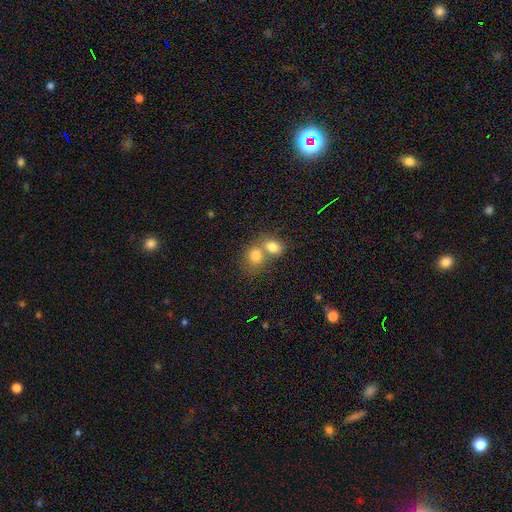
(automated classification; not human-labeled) A smooth galaxy with no disk features (79%) that is round (55%).

Vote fractions:
- Smooth or featured? smooth: 79% / featured or disk: 11% / star or artifact: 11%
- How rounded? round: 55% / in between: 43% / cigar-shaped: 1%
- Merging? merger: 60% / none: 30% / minor disturbance: 7% / major disturbance: 3%